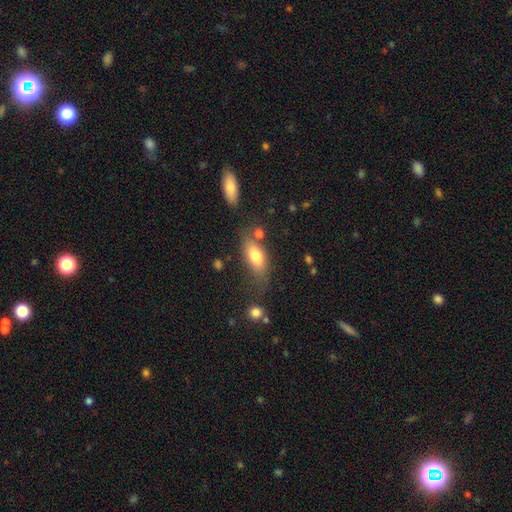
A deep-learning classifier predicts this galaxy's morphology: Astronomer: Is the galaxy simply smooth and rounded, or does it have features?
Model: smooth — 74%.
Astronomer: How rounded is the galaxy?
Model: in between — 81%.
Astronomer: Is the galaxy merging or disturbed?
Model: none — 62%.